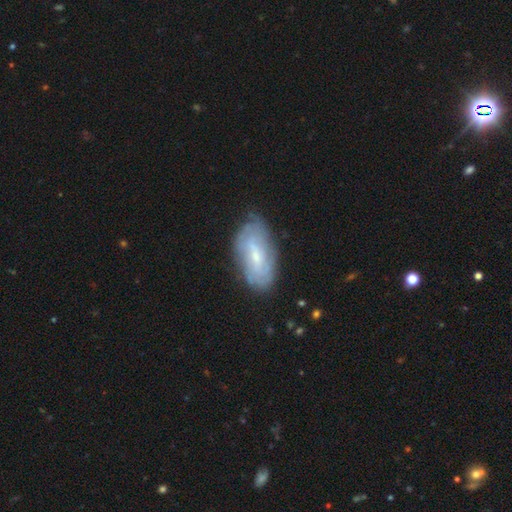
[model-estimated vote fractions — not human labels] Smooth or featured?
  - featured or disk: 58% *
  - smooth: 35%
  - star or artifact: 7%
Edge-on disk?
  - no: 91% *
  - yes: 9%
Bar?
  - weak: 48% *
  - no: 36%
  - strong: 16%
Spiral arms?
  - yes: 74% *
  - no: 26%
Bulge size?
  - small: 63% *
  - moderate: 30%
  - none: 4%
  - large: 2%
  - dominant: 1%
Merging?
  - none: 75% *
  - minor disturbance: 19%
  - major disturbance: 5%
  - merger: 1%